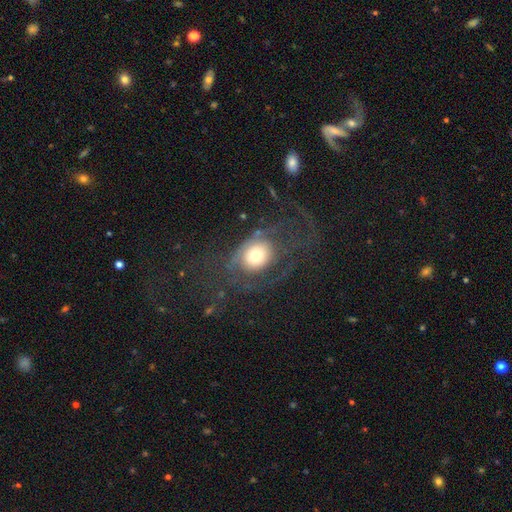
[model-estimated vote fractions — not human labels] Smooth or featured? featured or disk (45%)
Merging? none (43%)